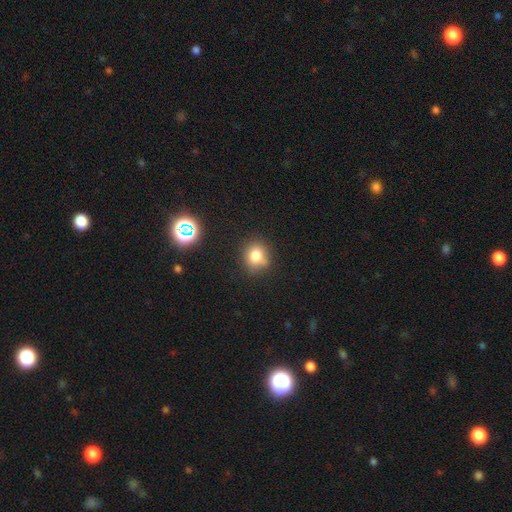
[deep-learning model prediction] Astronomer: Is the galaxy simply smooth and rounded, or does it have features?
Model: smooth — 78%.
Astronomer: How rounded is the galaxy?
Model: round — 80%.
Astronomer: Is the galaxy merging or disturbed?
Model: none — 76%.